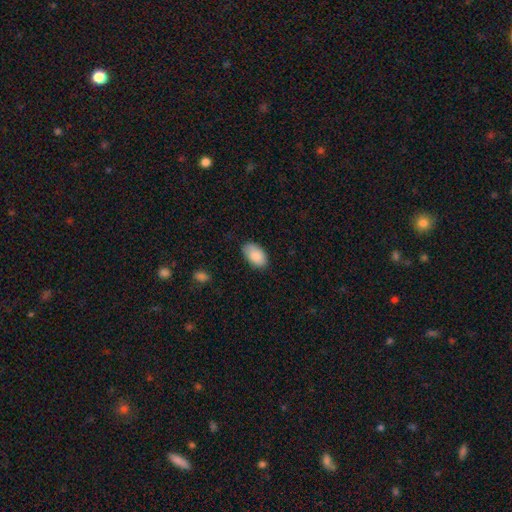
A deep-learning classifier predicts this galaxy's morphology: Smooth or featured: smooth — 87% (star or artifact — 6%)
How rounded: in between — 94% (round — 5%)
Merging: none — 77% (minor disturbance — 19%)